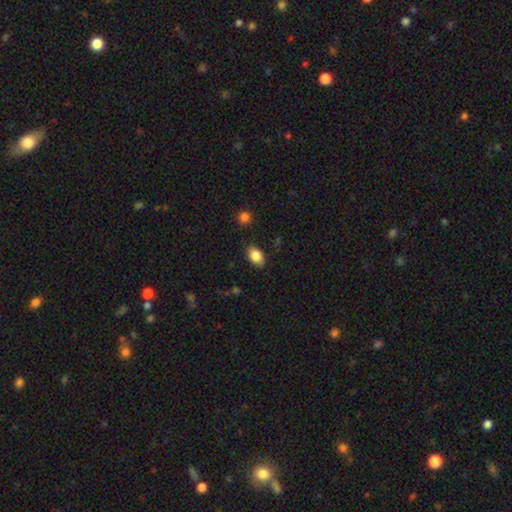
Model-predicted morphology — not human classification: Smooth or featured? Predicted: smooth (p=0.84). How rounded? Predicted: in between (p=0.88). Merging? Predicted: none (p=0.82).